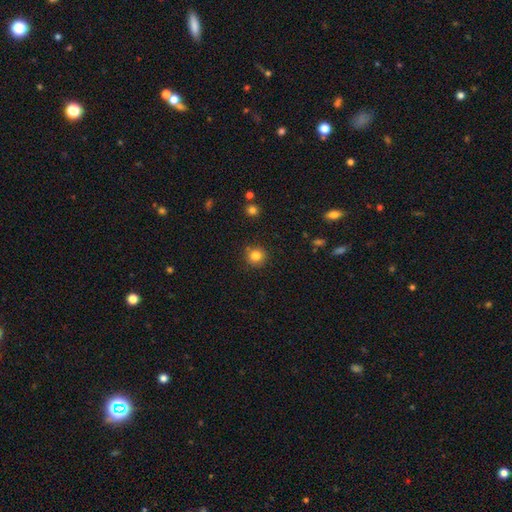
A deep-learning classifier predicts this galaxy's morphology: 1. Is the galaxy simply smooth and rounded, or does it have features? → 82% smooth, 12% star or artifact, 6% featured or disk.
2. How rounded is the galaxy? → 93% round, 7% in between, 1% cigar-shaped.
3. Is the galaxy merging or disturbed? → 87% none, 8% minor disturbance, 3% merger, 2% major disturbance.